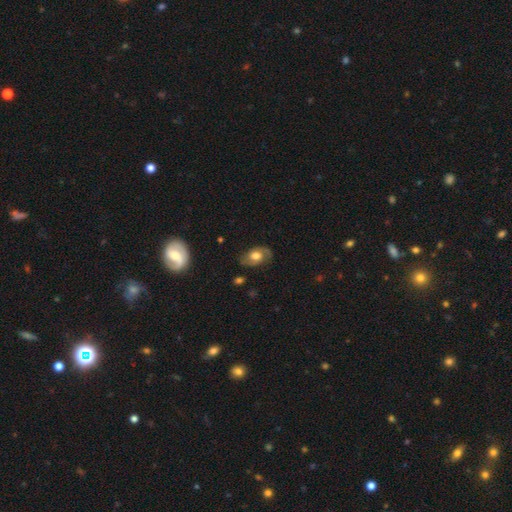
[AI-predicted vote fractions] Smooth or featured: featured or disk — 50% (smooth — 42%)
Edge-on disk: no — 93% (yes — 7%)
Merging: none — 73% (minor disturbance — 19%)